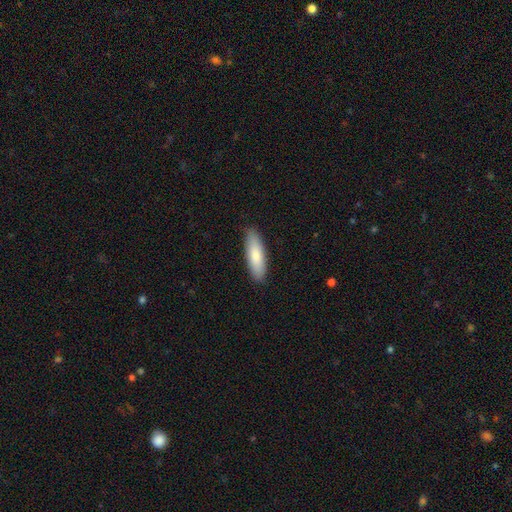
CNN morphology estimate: This appears to be a smooth galaxy with no disk features (80%) that is cigar-shaped (51%). Merging: none (88%).